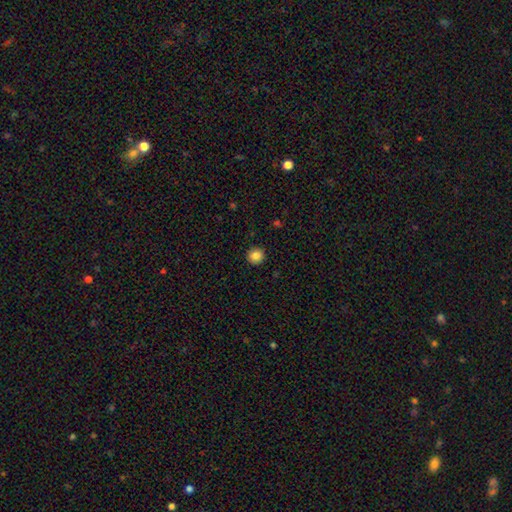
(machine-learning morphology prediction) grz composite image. It shows a smooth galaxy with no disk features (84%) that is round (94%). Merging: none (92%).